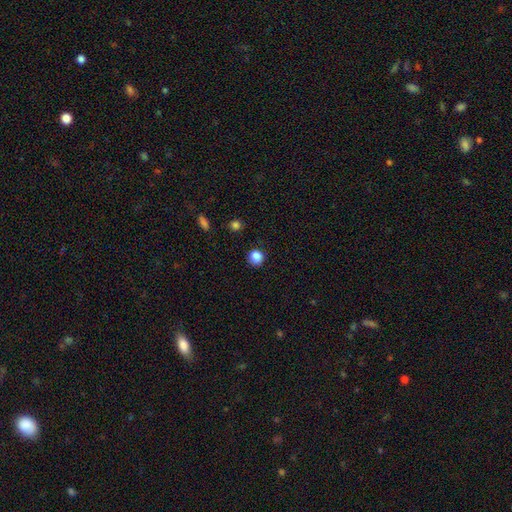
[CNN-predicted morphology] Smooth or featured? smooth (86%)
How rounded? round (88%)
Merging? none (88%)